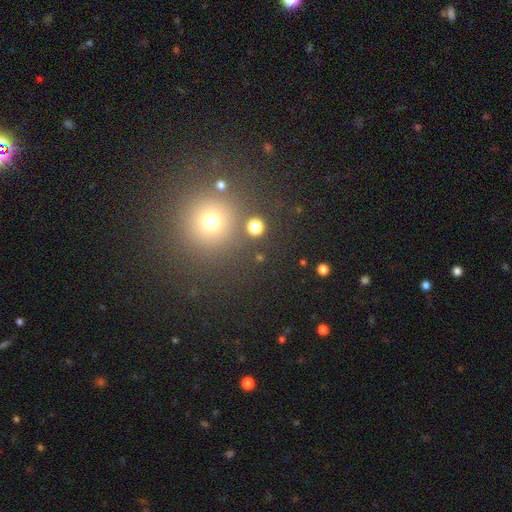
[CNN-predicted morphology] Smooth or featured: smooth — 56% (star or artifact — 36%)
How rounded: round — 94% (in between — 5%)
Merging: none — 86% (minor disturbance — 6%)